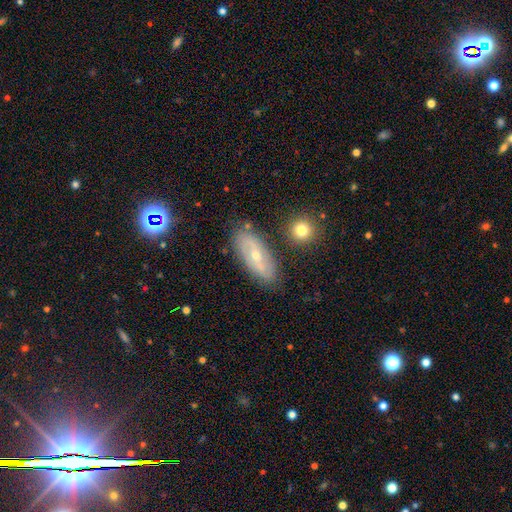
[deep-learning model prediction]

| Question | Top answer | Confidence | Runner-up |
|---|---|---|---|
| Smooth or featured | featured or disk | 66% | smooth (26%) |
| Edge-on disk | no | 85% | yes (15%) |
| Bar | no | 45% | weak (37%) |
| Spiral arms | yes | 69% | no (31%) |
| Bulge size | small | 59% | moderate (38%) |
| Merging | none | 81% | minor disturbance (13%) |